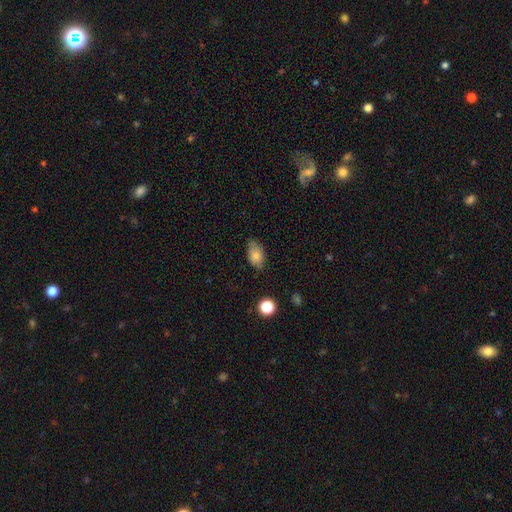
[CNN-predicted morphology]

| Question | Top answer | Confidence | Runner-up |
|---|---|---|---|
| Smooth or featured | smooth | 81% | featured or disk (11%) |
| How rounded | in between | 88% | round (10%) |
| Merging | none | 69% | minor disturbance (25%) |